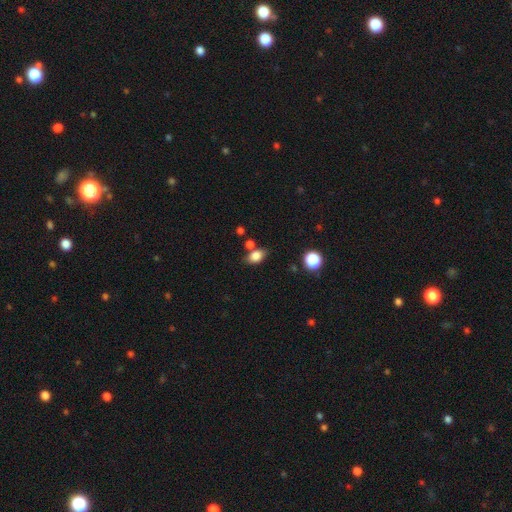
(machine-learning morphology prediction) This appears to be a smooth galaxy with no disk features (82%) that is in between round and cigar-shaped (78%). Merging: none (67%).